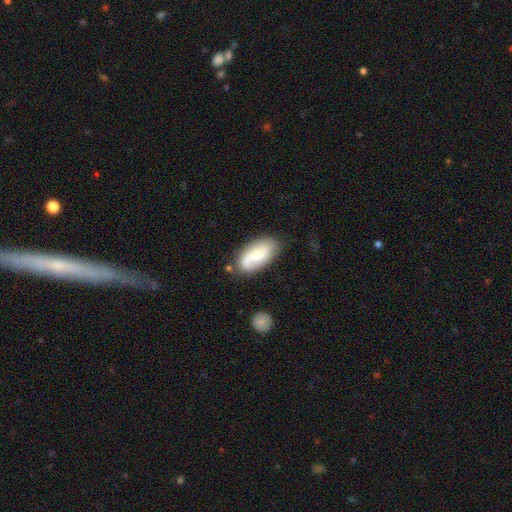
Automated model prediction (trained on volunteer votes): The model was most divided on "bulge size": moderate: 40%, small: 39%, none: 10%, large: 9%, dominant: 2%. More confident: edge-on disk — no (94%); spiral arms — yes (90%); merging — none (72%); bar — no (56%); smooth or featured — featured or disk (54%).